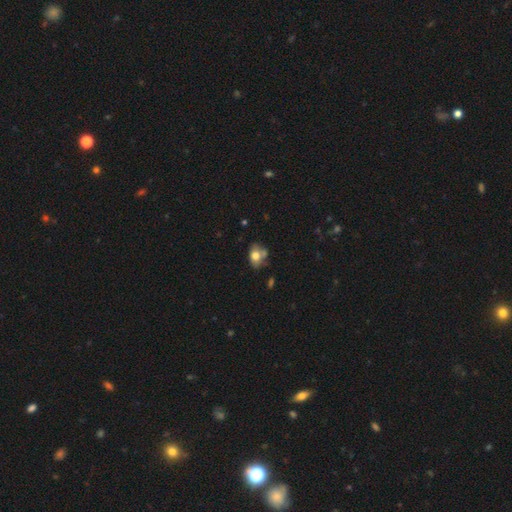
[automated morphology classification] A smooth galaxy with no disk features (70%) that is in between round and cigar-shaped (66%).

Vote fractions:
- Smooth or featured? smooth: 70% / featured or disk: 21% / star or artifact: 9%
- How rounded? in between: 66% / round: 33% / cigar-shaped: 1%
- Merging? none: 47% / minor disturbance: 26% / merger: 18% / major disturbance: 9%